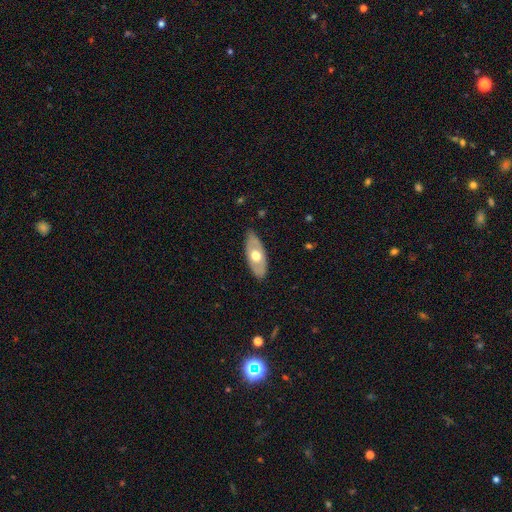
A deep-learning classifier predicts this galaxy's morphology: Smooth or featured? Predicted: smooth (p=0.49). Merging? Predicted: none (p=0.81).